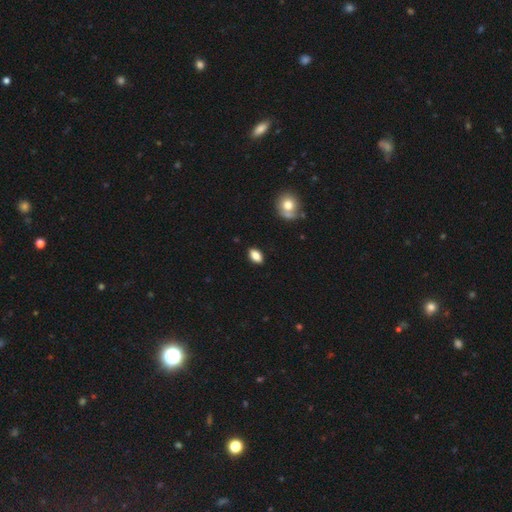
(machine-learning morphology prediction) A smooth galaxy with no disk features (83%) that is in between round and cigar-shaped (89%). Merging: none (88%).